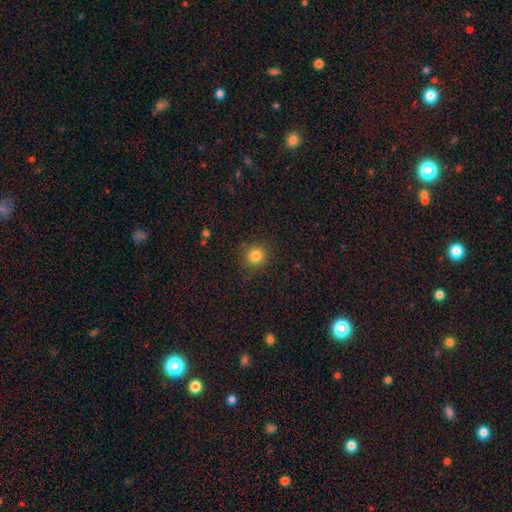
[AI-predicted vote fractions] smooth_or_featured: smooth (p=0.82) [alt: star or artifact p=0.12]
how_rounded: round (p=0.90) [alt: in between p=0.09]
merging: none (p=0.85) [alt: minor disturbance p=0.11]